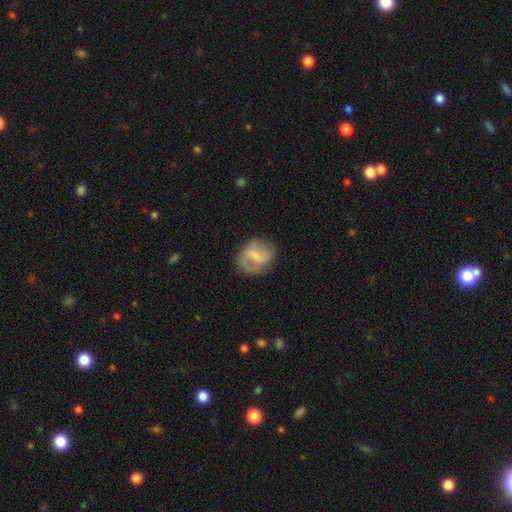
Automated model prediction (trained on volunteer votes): featured or disk 64%, smooth 30%, star or artifact 6%. Down the decision tree: edge-on disk — no (97%); bar — weak (54%); spiral arms — yes (84%); spiral arm count — 2 (76%); spiral winding — medium (46%); bulge size — small (44%); merging — none (67%).